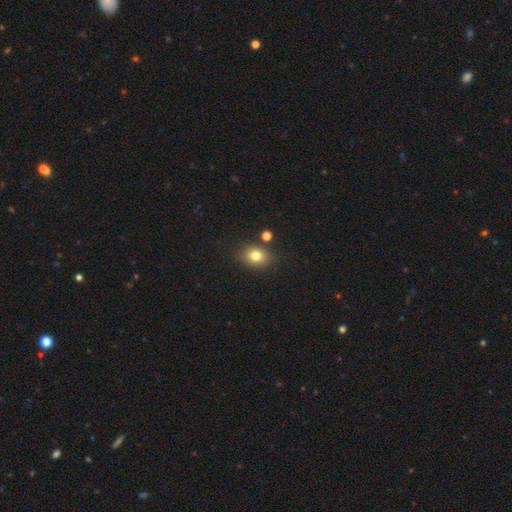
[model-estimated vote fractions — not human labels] This appears to be a smooth galaxy with no disk features (78%) that is in between round and cigar-shaped (50%). Merging: none (80%).